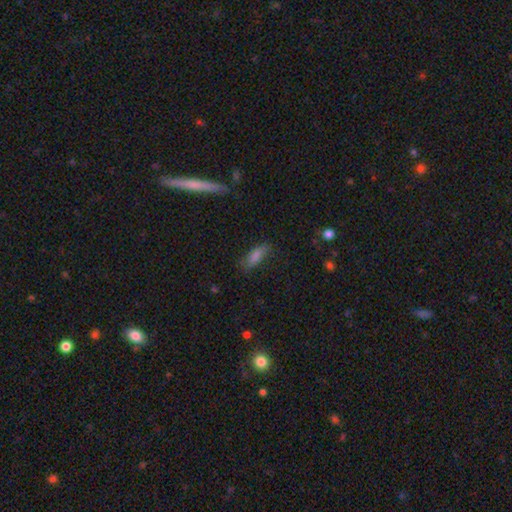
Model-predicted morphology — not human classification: A smooth galaxy with no disk features (69%) that is in between round and cigar-shaped (51%). Merging: none (70%).